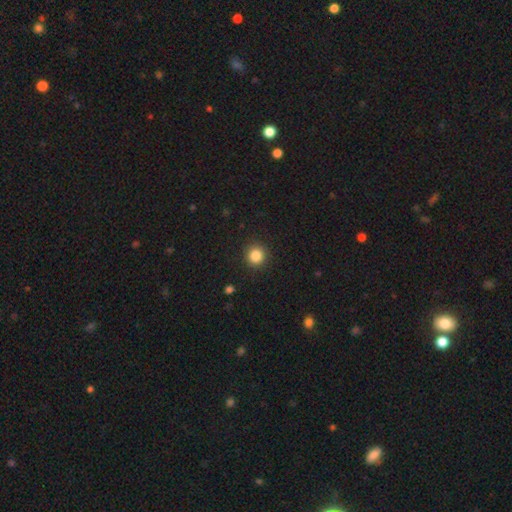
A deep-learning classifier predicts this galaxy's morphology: Overall: smooth (85%). How rounded: round (93%). Merging: none (92%).